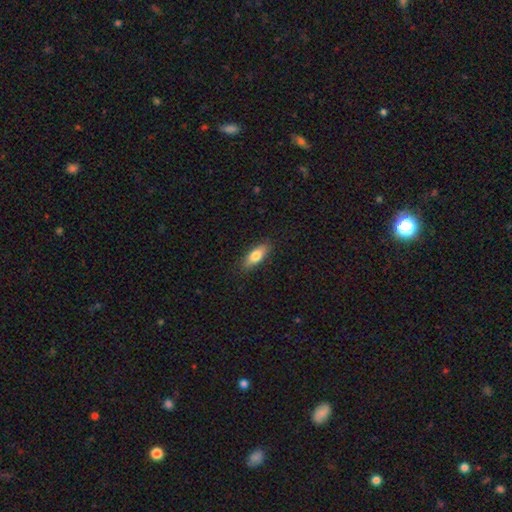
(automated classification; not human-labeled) The model was most divided on "how rounded": in between: 71%, cigar-shaped: 26%, round: 2%. More confident: merging — none (85%); smooth or featured — smooth (79%).